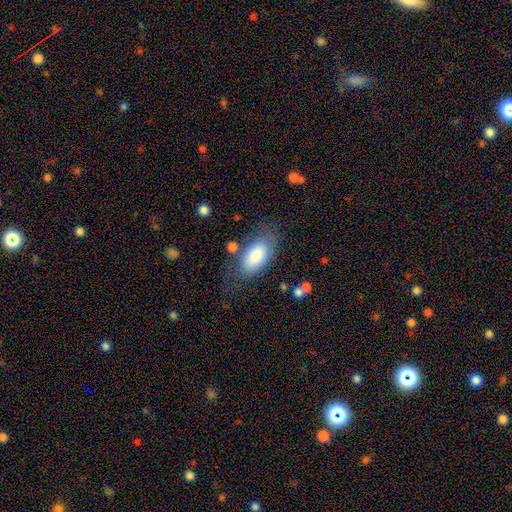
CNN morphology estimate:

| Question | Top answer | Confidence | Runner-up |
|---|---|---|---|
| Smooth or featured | smooth | 81% | featured or disk (12%) |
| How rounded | in between | 93% | cigar-shaped (4%) |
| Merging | none | 66% | minor disturbance (20%) |